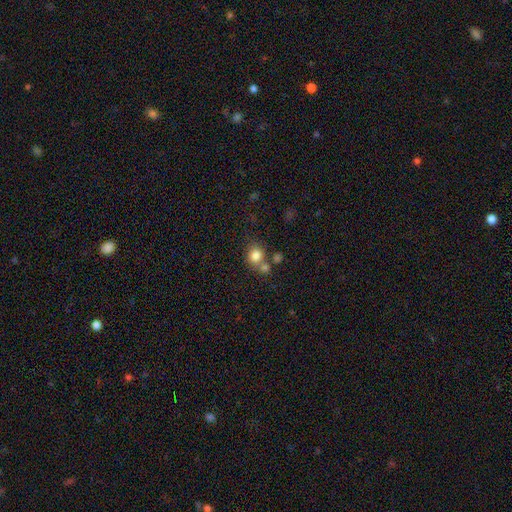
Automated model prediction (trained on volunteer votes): A smooth galaxy with no disk features (81%) that is round (75%). Merging: none (55%).